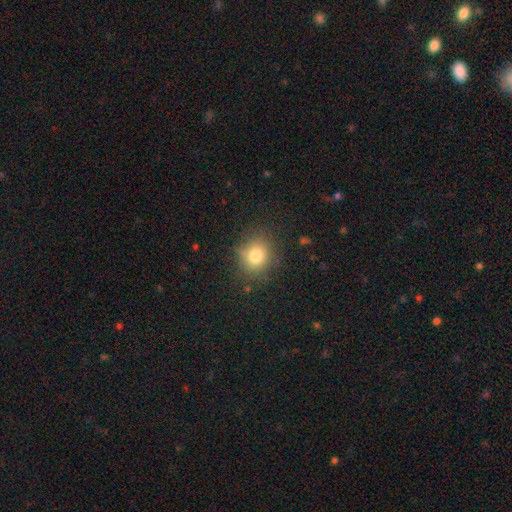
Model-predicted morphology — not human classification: This appears to be a smooth galaxy with no disk features (79%) that is round (77%). Merging: none (82%).